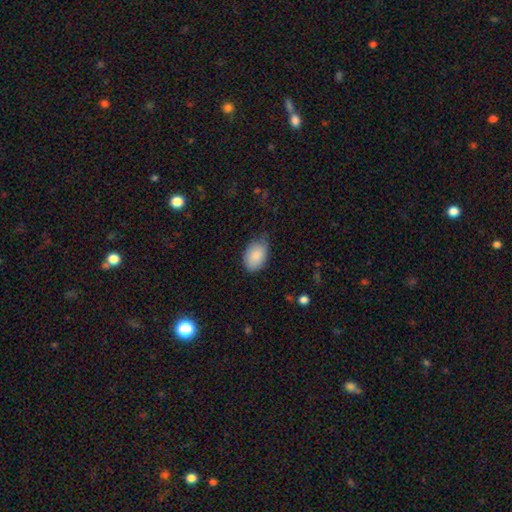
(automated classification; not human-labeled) A smooth galaxy with no disk features (87%) that is in between round and cigar-shaped (89%).

Vote fractions:
- Smooth or featured? smooth: 87% / featured or disk: 6% / star or artifact: 6%
- How rounded? in between: 89% / round: 10% / cigar-shaped: 1%
- Merging? none: 58% / minor disturbance: 34% / major disturbance: 7% / merger: 1%